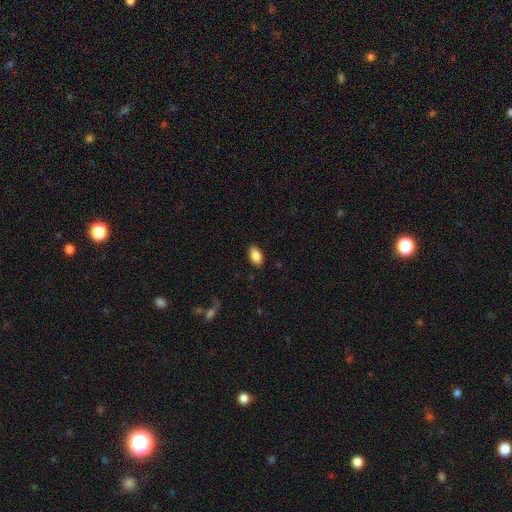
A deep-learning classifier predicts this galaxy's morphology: A smooth galaxy with no disk features (88%) that is in between round and cigar-shaped (93%).

Vote fractions:
- Smooth or featured? smooth: 88% / star or artifact: 7% / featured or disk: 5%
- How rounded? in between: 93% / round: 5% / cigar-shaped: 2%
- Merging? none: 88% / minor disturbance: 9% / major disturbance: 2% / merger: 1%